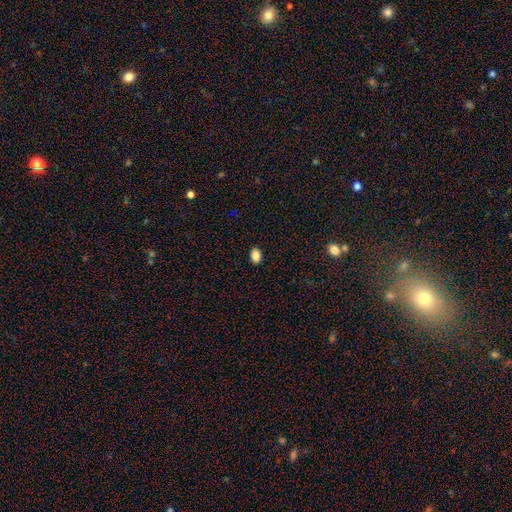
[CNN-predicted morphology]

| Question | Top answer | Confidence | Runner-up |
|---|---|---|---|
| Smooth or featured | smooth | 85% | star or artifact (9%) |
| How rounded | in between | 83% | round (15%) |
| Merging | none | 90% | minor disturbance (8%) |